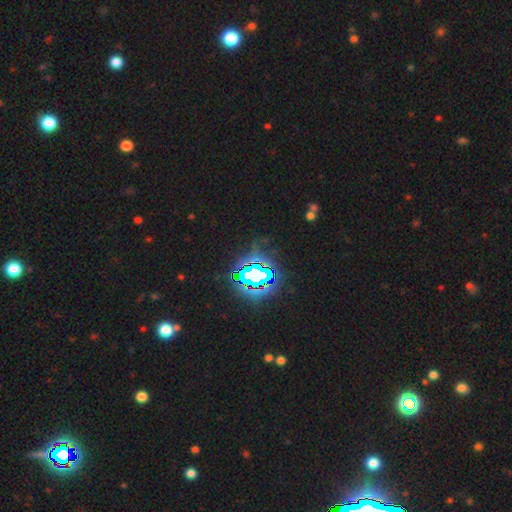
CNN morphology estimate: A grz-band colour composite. It shows a star or artifact, not a galaxy (82%).